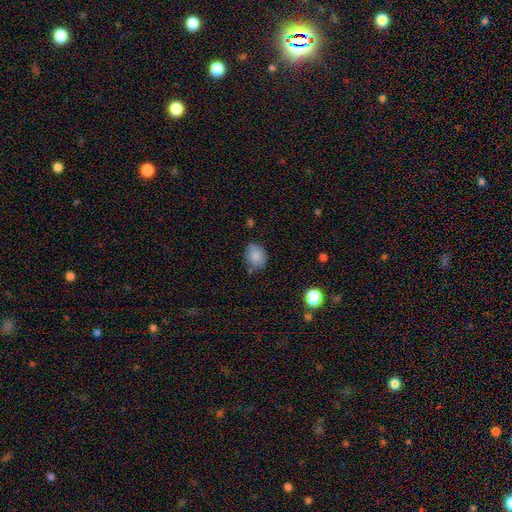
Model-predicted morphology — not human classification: smooth_or_featured: smooth (p=0.85) [alt: star or artifact p=0.09]
how_rounded: in between (p=0.58) [alt: round p=0.40]
merging: none (p=0.73) [alt: minor disturbance p=0.19]